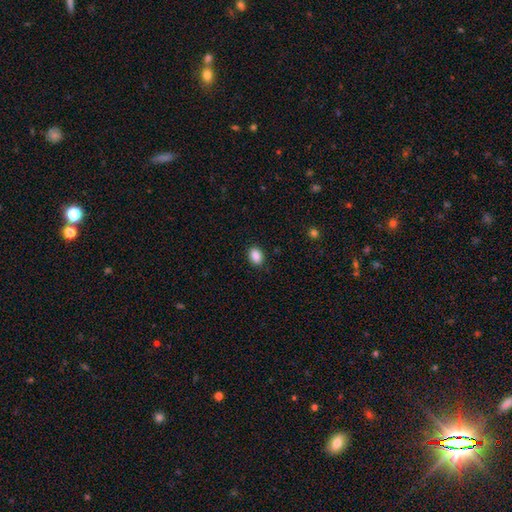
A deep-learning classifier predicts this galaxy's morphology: Q: Smooth or featured?
A: smooth (89%); runner-up: star or artifact (8%)
Q: How rounded?
A: in between (76%); runner-up: round (23%)
Q: Merging?
A: none (88%); runner-up: minor disturbance (9%)